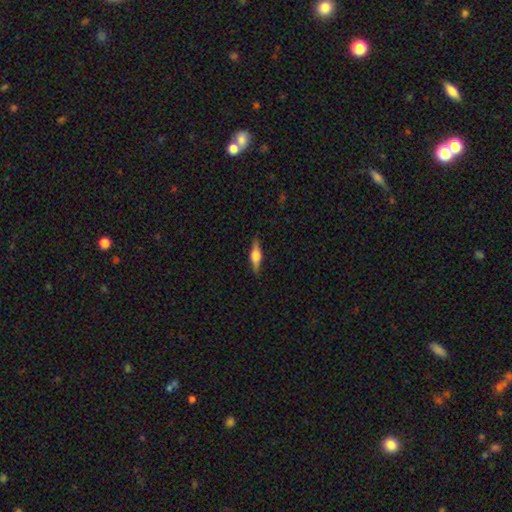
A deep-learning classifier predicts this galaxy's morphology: Q: Smooth or featured?
A: featured or disk (60%); runner-up: smooth (33%)
Q: Edge-on disk?
A: yes (96%); runner-up: no (4%)
Q: Edge-on bulge?
A: rounded (90%); runner-up: boxy (8%)
Q: Merging?
A: none (88%); runner-up: minor disturbance (9%)